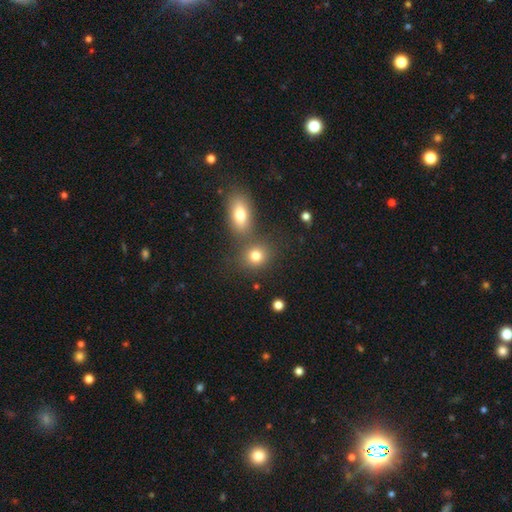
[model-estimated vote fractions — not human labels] A smooth galaxy with no disk features (79%) that is round (73%).

Vote fractions:
- Smooth or featured? smooth: 79% / star or artifact: 13% / featured or disk: 8%
- How rounded? round: 73% / in between: 25% / cigar-shaped: 2%
- Merging? none: 64% / merger: 24% / minor disturbance: 9% / major disturbance: 4%